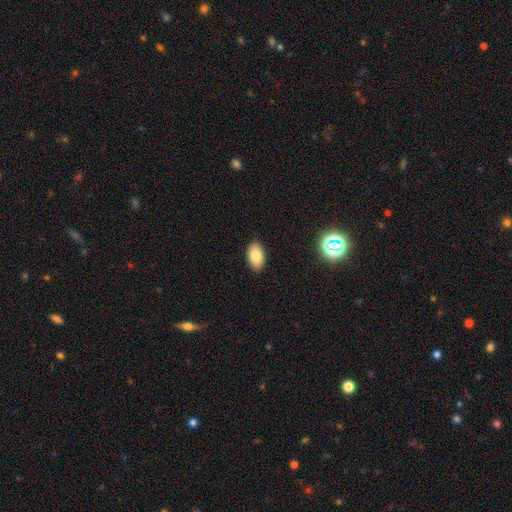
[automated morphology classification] Smooth or featured? smooth (83%)
How rounded? in between (94%)
Merging? none (89%)